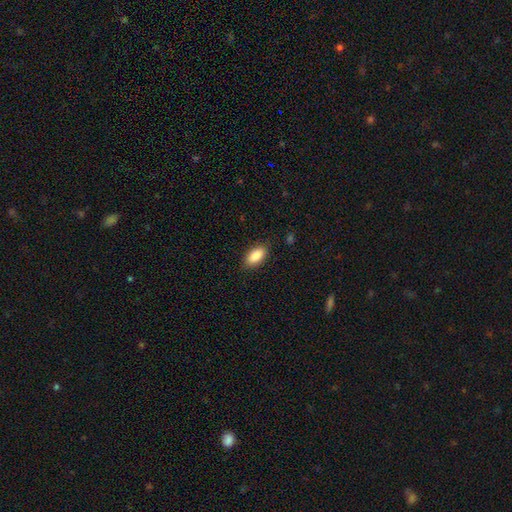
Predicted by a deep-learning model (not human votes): Smooth or featured? Predicted: smooth (p=0.87). How rounded? Predicted: in between (p=0.90). Merging? Predicted: none (p=0.87).